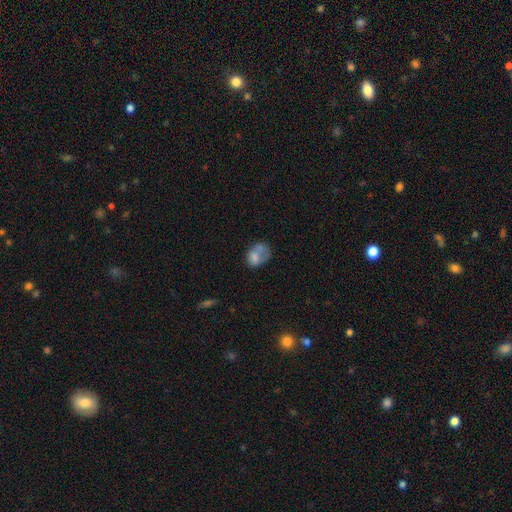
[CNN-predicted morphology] A smooth galaxy with no disk features (64%) that is in between round and cigar-shaped (70%). Merging: none (31%).